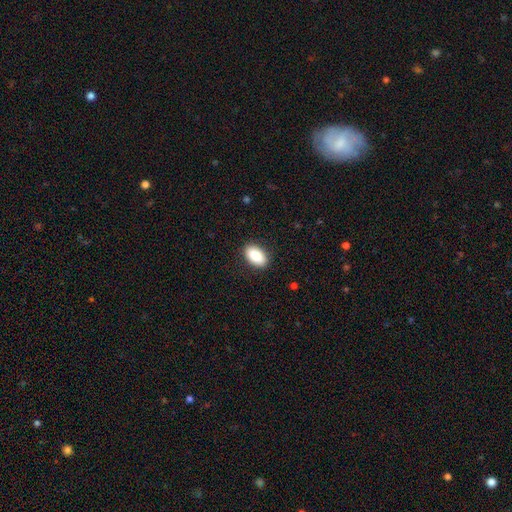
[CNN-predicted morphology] smooth-or-featured: smooth: 87% | star or artifact: 7% | featured or disk: 6%
  how-rounded: in between: 92% | round: 6% | cigar-shaped: 2%
  merging: none: 89% | minor disturbance: 8% | major disturbance: 2% | merger: 1%